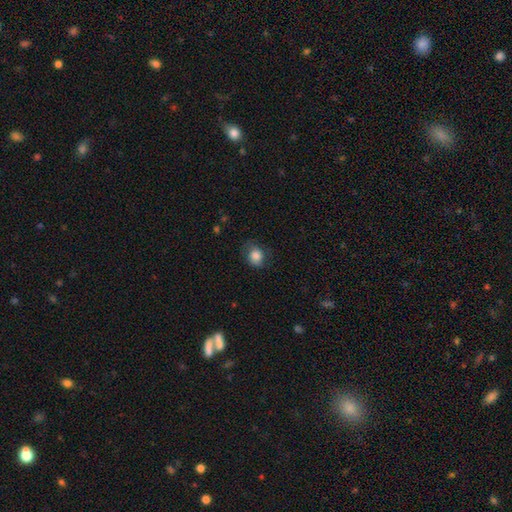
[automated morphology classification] Q: Smooth or featured?
A: smooth (81%); runner-up: featured or disk (11%)
Q: How rounded?
A: round (57%); runner-up: in between (42%)
Q: Merging?
A: none (63%); runner-up: minor disturbance (25%)